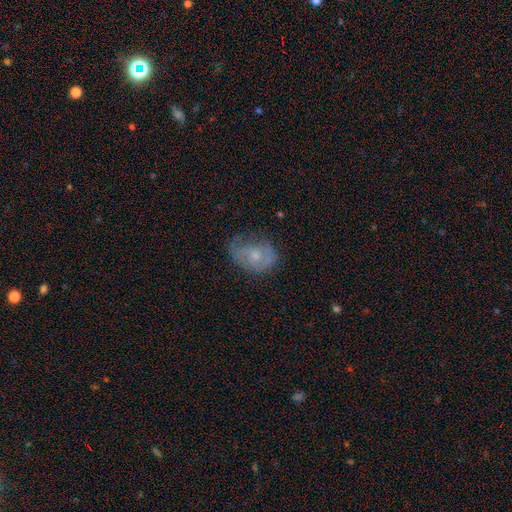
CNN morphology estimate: smooth 49%, featured or disk 42%, star or artifact 9%. Down the decision tree: merging — none (55%).